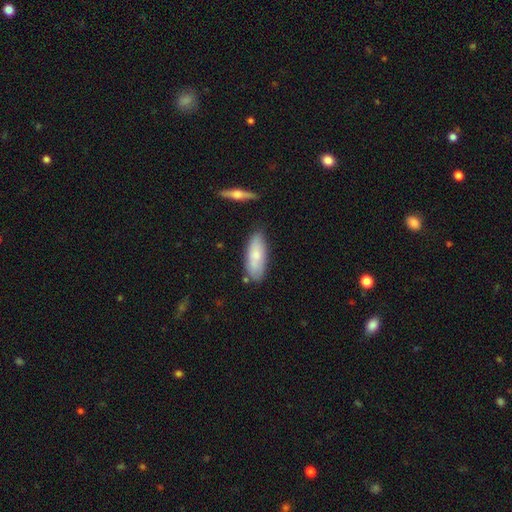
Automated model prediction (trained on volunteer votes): Smooth or featured: smooth — 73% (featured or disk — 21%)
How rounded: in between — 72% (cigar-shaped — 26%)
Merging: none — 73% (minor disturbance — 19%)